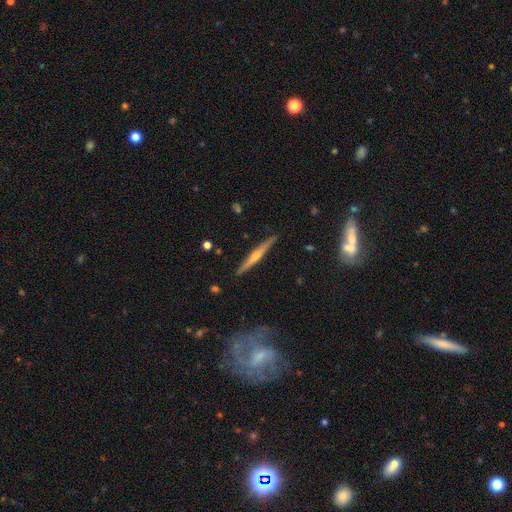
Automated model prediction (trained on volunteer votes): smooth-or-featured: featured or disk: 79% | smooth: 16% | star or artifact: 5%
  disk-edge-on: yes: 97% | no: 3%
    edge-on-bulge: rounded: 88% | none: 8% | boxy: 4%
  merging: none: 89% | minor disturbance: 8% | merger: 2% | major disturbance: 2%